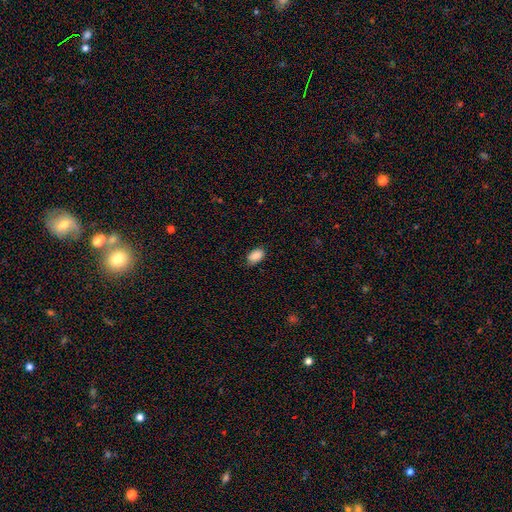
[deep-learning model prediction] smooth_or_featured: smooth (p=0.88) [alt: star or artifact p=0.08]
how_rounded: in between (p=0.91) [alt: round p=0.07]
merging: none (p=0.76) [alt: minor disturbance p=0.20]